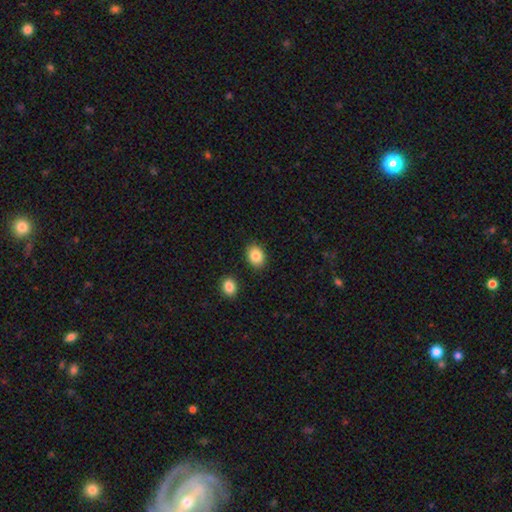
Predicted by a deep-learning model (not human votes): This appears to be a smooth galaxy with no disk features (86%) that is in between round and cigar-shaped (61%). Merging: none (87%).